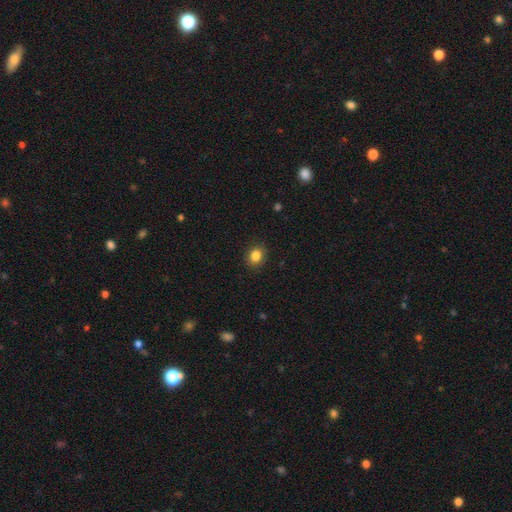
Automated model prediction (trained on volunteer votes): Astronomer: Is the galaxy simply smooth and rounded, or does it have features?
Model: smooth — 84%.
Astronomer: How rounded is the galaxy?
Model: round — 60% (runner-up: in between, 39%).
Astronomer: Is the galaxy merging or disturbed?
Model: none — 89%.